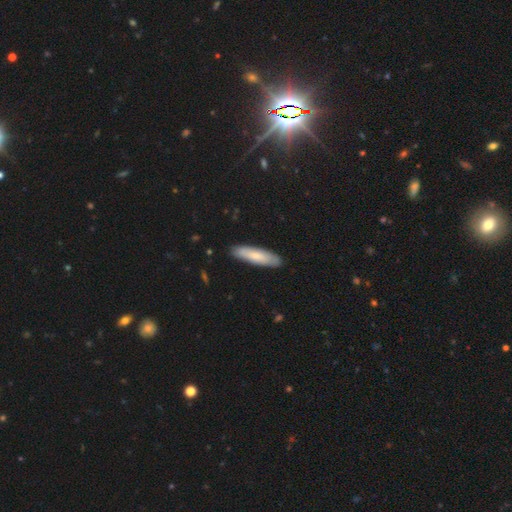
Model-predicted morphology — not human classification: This appears to be a smooth galaxy with no disk features (74%) that is cigar-shaped (75%). Merging: none (88%).